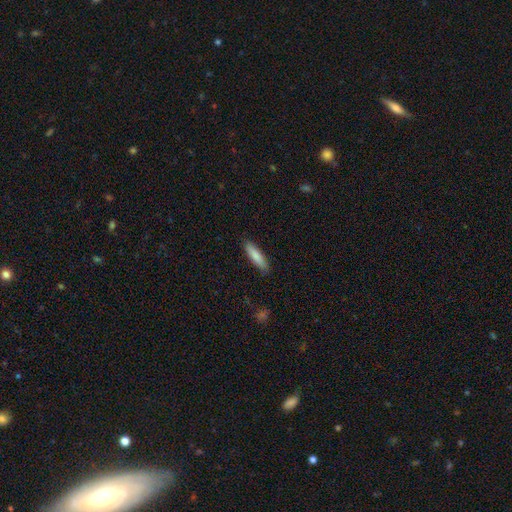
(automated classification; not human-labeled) Morphology: type=smooth (83%); roundness=cigar-shaped (74%); merging=none (87%).